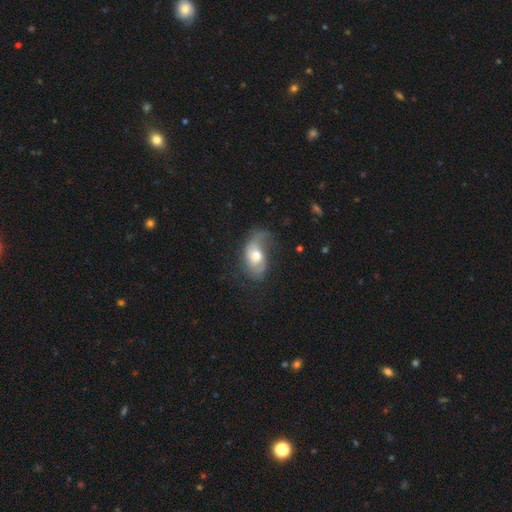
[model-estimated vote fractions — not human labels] This appears to be a featured or disk galaxy (52%). Merging: none (38%).